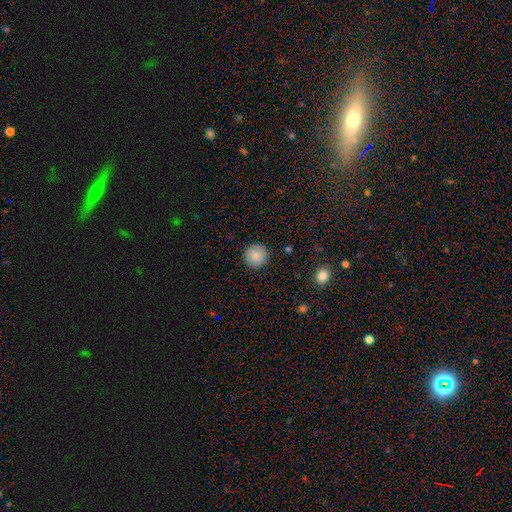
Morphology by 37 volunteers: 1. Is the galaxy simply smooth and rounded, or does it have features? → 89% smooth, 11% featured or disk, 0% star or artifact.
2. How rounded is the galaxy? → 97% round, 3% in between, 0% cigar-shaped.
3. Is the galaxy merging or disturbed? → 95% none, 3% minor disturbance, 3% major disturbance, 0% merger.